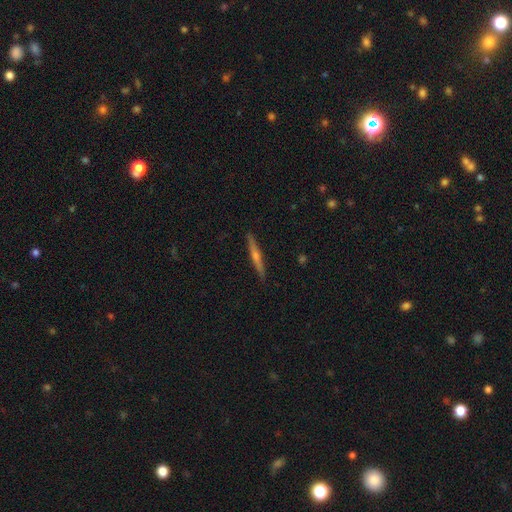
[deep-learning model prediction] featured or disk 65%, smooth 28%, star or artifact 6%. Down the decision tree: edge-on disk — yes (98%); edge-on bulge — rounded (78%); merging — none (91%).